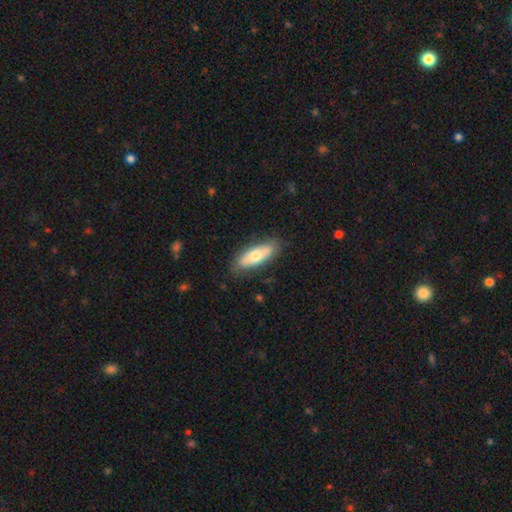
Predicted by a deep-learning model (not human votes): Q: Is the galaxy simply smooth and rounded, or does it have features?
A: smooth — 63%.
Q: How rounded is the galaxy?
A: in between — 69%.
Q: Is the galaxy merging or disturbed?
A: none — 81%.